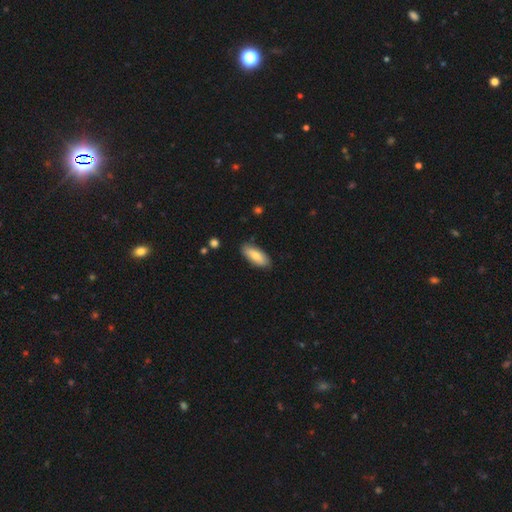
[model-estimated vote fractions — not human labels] A smooth galaxy with no disk features (79%) that is in between round and cigar-shaped (82%).

Vote fractions:
- Smooth or featured? smooth: 79% / featured or disk: 15% / star or artifact: 6%
- How rounded? in between: 82% / cigar-shaped: 16% / round: 2%
- Merging? none: 84% / minor disturbance: 13% / major disturbance: 2% / merger: 1%